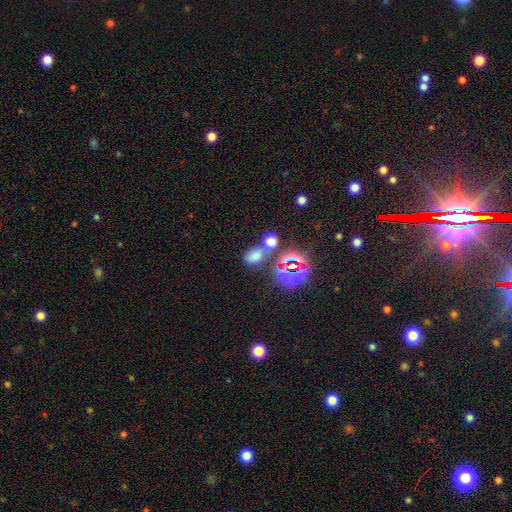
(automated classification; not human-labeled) Overall: smooth (62%; star or artifact 30%). How rounded: in between (71%). Merging: none (56%; merger 24%).